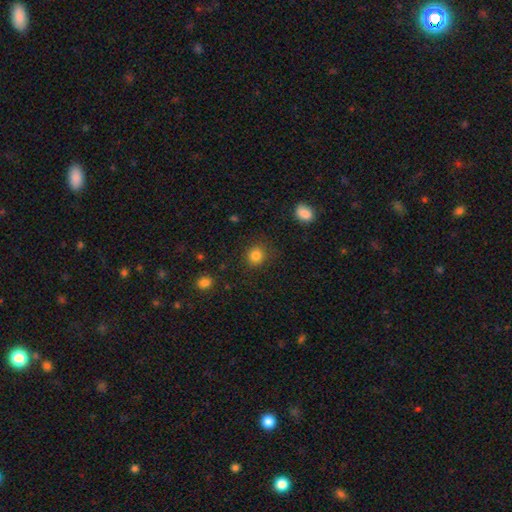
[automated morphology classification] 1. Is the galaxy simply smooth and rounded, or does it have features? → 83% smooth, 12% star or artifact, 5% featured or disk.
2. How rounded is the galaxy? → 77% round, 22% in between, 1% cigar-shaped.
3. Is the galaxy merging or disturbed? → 85% none, 10% minor disturbance, 3% major disturbance, 2% merger.